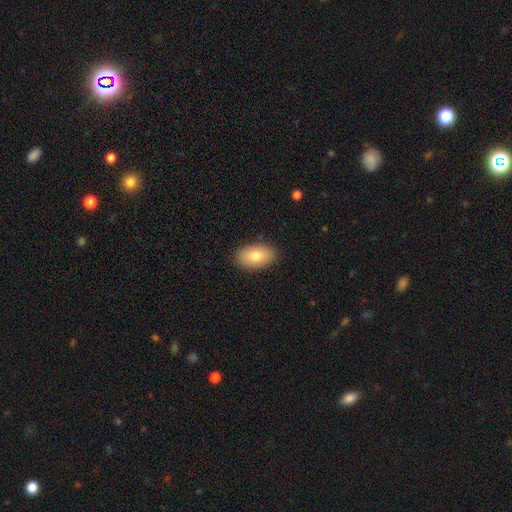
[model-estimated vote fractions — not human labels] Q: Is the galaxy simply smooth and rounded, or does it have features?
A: smooth — 80%.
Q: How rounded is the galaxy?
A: in between — 93%.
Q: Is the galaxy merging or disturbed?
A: none — 88%.